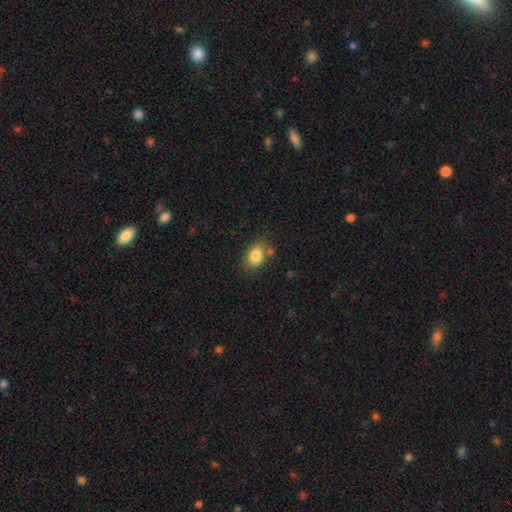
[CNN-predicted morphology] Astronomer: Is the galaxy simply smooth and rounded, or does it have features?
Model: smooth — 84%.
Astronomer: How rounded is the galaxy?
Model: in between — 77%.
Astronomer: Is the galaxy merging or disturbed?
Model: none — 67%.